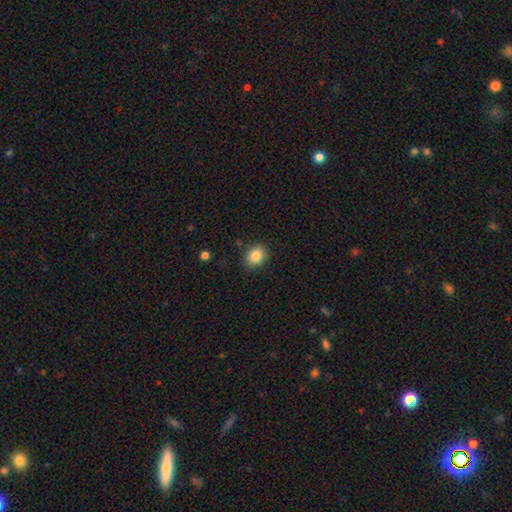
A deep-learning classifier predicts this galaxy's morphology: A smooth galaxy with no disk features (85%) that is in between round and cigar-shaped (55%).

Vote fractions:
- Smooth or featured? smooth: 85% / star or artifact: 9% / featured or disk: 6%
- How rounded? in between: 55% / round: 44% / cigar-shaped: 1%
- Merging? none: 86% / minor disturbance: 10% / major disturbance: 2% / merger: 1%